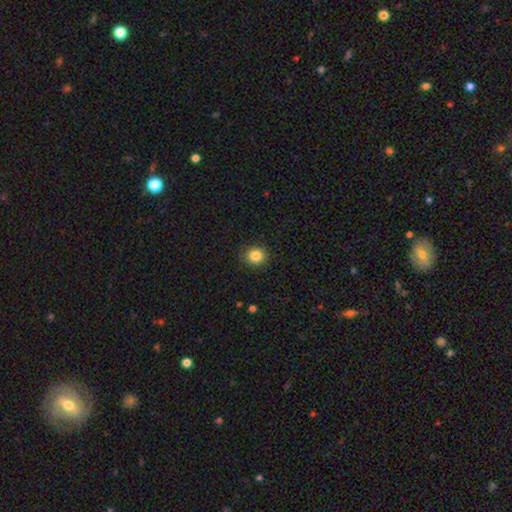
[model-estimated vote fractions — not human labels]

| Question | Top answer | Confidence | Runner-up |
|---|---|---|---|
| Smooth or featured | smooth | 85% | star or artifact (10%) |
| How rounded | round | 83% | in between (16%) |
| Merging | none | 88% | minor disturbance (8%) |